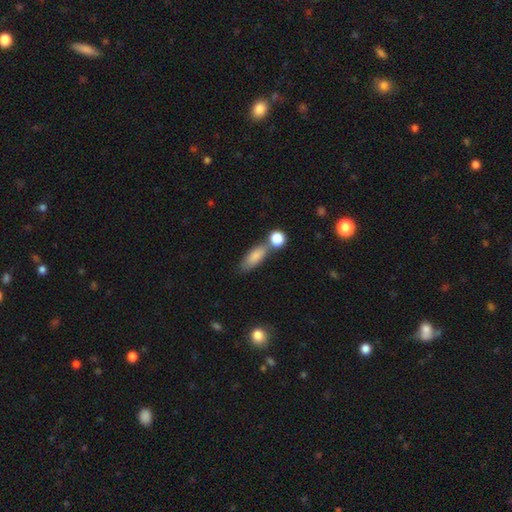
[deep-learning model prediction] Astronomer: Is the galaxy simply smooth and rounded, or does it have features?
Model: smooth — 83%.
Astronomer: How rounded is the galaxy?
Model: in between — 71%.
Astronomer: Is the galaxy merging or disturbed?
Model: none — 52% (runner-up: merger, 28%).